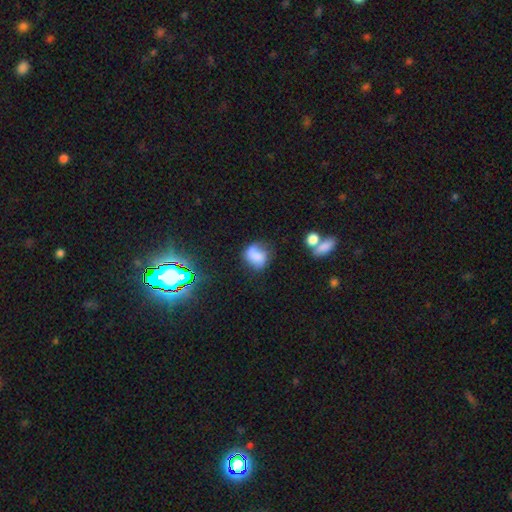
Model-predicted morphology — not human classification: Smooth or featured? Predicted: smooth (p=0.68). How rounded? Predicted: in between (p=0.50). Merging? Predicted: none (p=0.47).